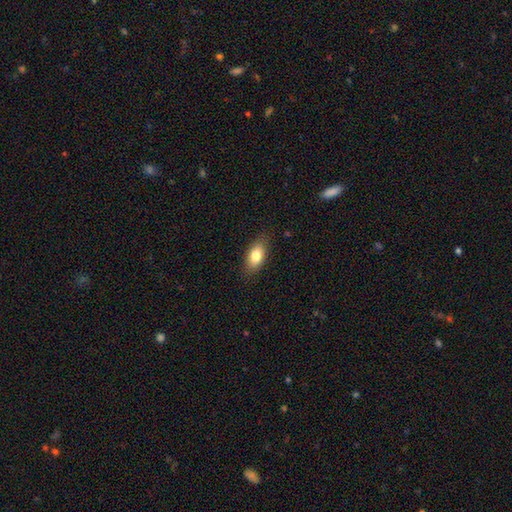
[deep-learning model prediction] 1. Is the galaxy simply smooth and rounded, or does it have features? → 80% smooth, 13% featured or disk, 7% star or artifact.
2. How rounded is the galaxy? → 88% in between, 6% cigar-shaped, 6% round.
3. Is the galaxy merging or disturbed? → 84% none, 12% minor disturbance, 3% major disturbance, 1% merger.